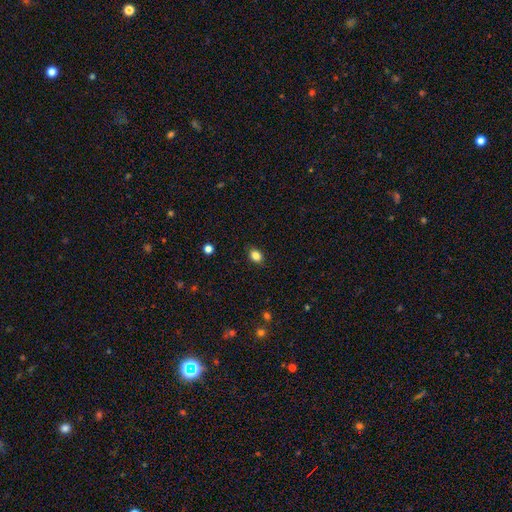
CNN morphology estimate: Q: Smooth or featured?
A: smooth (85%); runner-up: star or artifact (10%)
Q: How rounded?
A: in between (70%); runner-up: round (29%)
Q: Merging?
A: none (88%); runner-up: minor disturbance (9%)